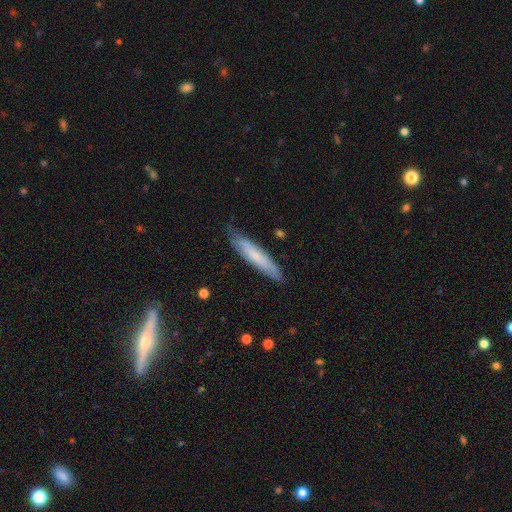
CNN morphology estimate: Smooth or featured?
  - smooth: 61% *
  - featured or disk: 33%
  - star or artifact: 6%
How rounded?
  - cigar-shaped: 86% *
  - in between: 12%
  - round: 1%
Merging?
  - none: 78% *
  - minor disturbance: 18%
  - major disturbance: 3%
  - merger: 1%